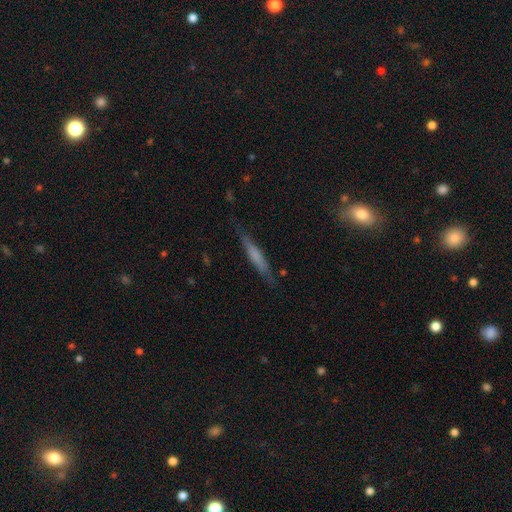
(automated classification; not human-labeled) Overall: smooth (53%; featured or disk 40%). How rounded: cigar-shaped (93%). Merging: none (81%).